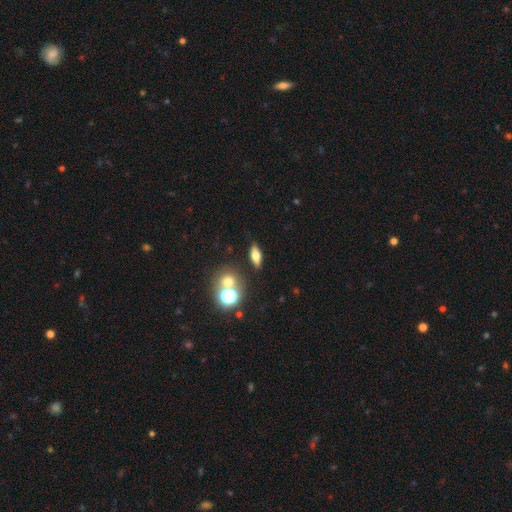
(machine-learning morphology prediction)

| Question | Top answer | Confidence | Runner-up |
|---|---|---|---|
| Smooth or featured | smooth | 56% | featured or disk (30%) |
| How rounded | in between | 59% | cigar-shaped (30%) |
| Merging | none | 84% | minor disturbance (8%) |